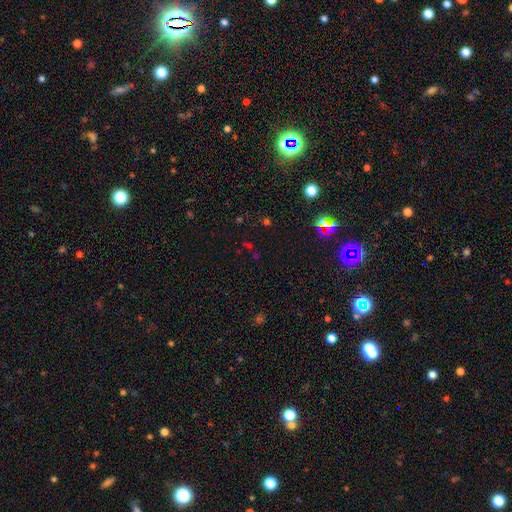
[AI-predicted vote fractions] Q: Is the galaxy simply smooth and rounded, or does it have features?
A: star or artifact — 62%.